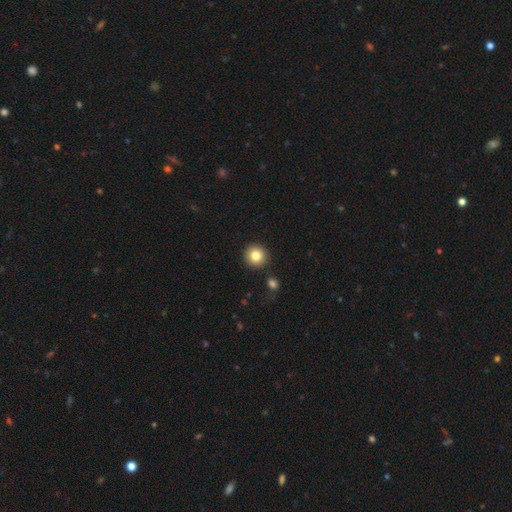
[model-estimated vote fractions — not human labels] This is clearly a smooth galaxy (82%). How rounded: clearly round (94%). Merging: clearly none (89%).